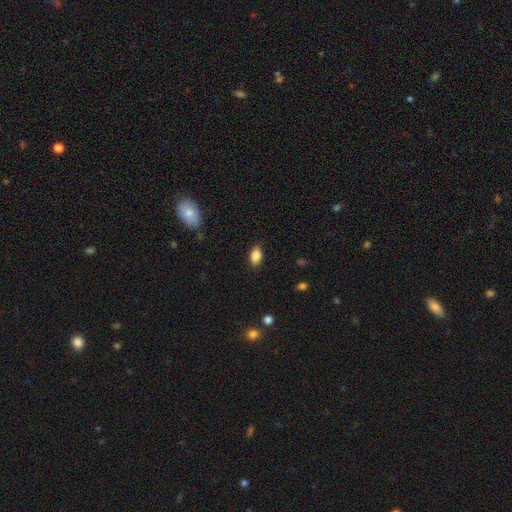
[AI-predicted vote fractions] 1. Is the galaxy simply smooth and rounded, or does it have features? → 84% smooth, 8% star or artifact, 8% featured or disk.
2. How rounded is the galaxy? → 90% in between, 6% round, 4% cigar-shaped.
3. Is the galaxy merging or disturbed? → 87% none, 10% minor disturbance, 2% major disturbance, 1% merger.